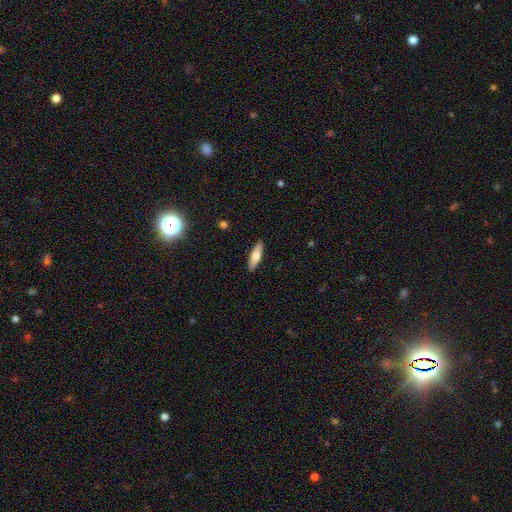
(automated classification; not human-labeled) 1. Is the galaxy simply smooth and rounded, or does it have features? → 61% smooth, 33% featured or disk, 6% star or artifact.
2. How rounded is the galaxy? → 63% cigar-shaped, 35% in between, 2% round.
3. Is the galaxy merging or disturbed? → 90% none, 7% minor disturbance, 2% major disturbance, 1% merger.